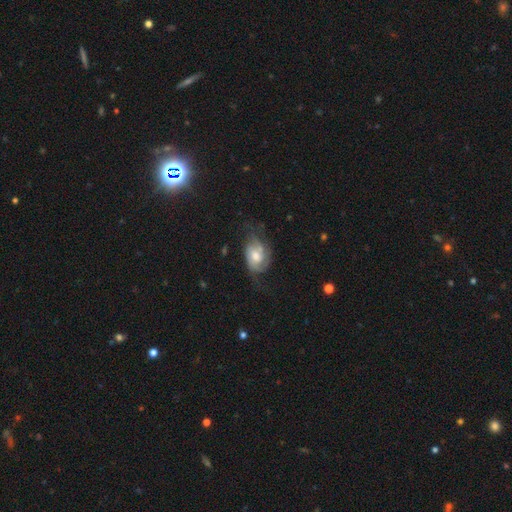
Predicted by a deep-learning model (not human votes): Q: Smooth or featured?
A: featured or disk (67%); runner-up: smooth (26%)
Q: Edge-on disk?
A: no (96%); runner-up: yes (4%)
Q: Bar?
A: no (62%); runner-up: weak (33%)
Q: Spiral arms?
A: yes (87%); runner-up: no (13%)
Q: Spiral winding?
A: medium (40%); runner-up: tight (35%)
Q: Spiral arm count?
A: 2 (47%); runner-up: can't tell (25%)
Q: Bulge size?
A: moderate (61%); runner-up: small (18%)
Q: Merging?
A: none (48%); runner-up: minor disturbance (26%)